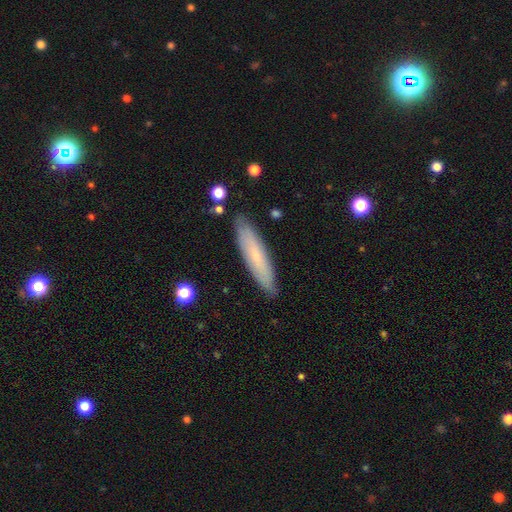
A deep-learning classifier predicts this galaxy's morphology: The model was most divided on "smooth or featured": smooth: 60%, featured or disk: 34%, star or artifact: 7%. More confident: merging — none (86%); how rounded — cigar-shaped (80%).